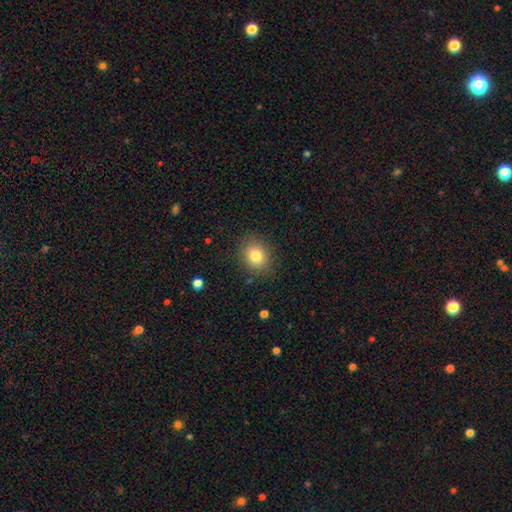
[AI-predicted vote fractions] Morphology: type=smooth (81%); roundness=round (63%); merging=none (85%).